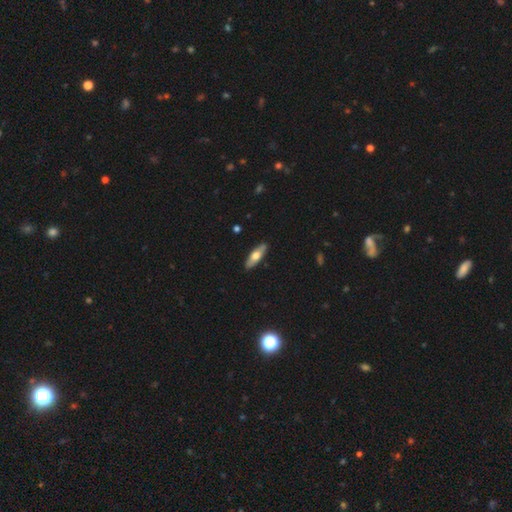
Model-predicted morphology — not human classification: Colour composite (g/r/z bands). It shows a smooth galaxy with no disk features (57%) that is cigar-shaped (50%). Merging: none (89%).